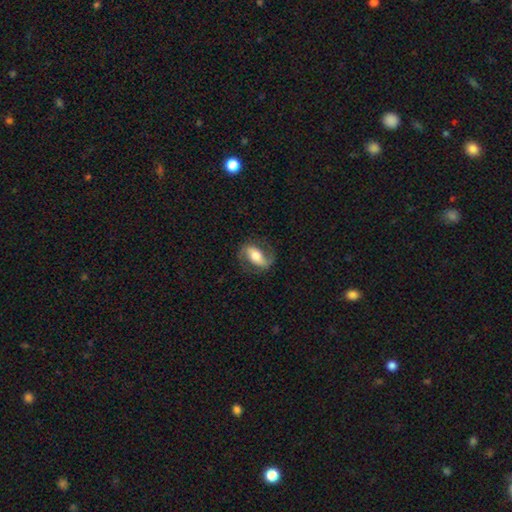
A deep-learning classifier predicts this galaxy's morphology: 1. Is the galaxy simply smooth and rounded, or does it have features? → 70% featured or disk, 24% smooth, 6% star or artifact.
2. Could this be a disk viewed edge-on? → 93% no, 7% yes.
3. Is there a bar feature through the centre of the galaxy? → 42% strong, 31% weak, 28% no.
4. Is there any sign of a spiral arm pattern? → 88% yes, 12% no.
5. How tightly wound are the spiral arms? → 43% medium, 38% loose, 19% tight.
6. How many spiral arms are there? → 82% 2, 10% 1, 5% can't tell, 1% 3, 1% 4, 1% more than 4.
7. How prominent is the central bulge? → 61% moderate, 21% large, 13% small, 2% dominant, 2% none.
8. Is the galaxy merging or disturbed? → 72% none, 16% minor disturbance, 10% major disturbance, 1% merger.